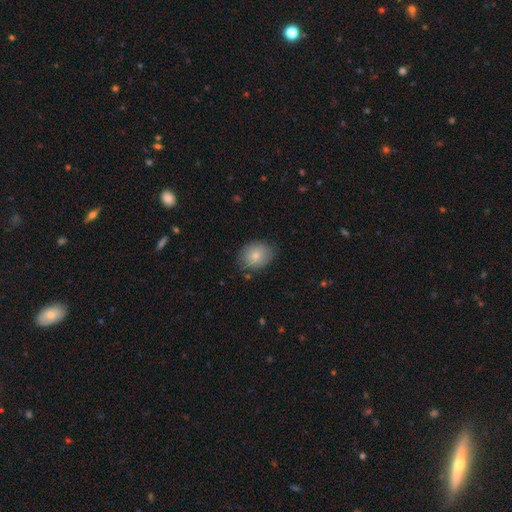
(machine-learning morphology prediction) Overall: smooth (78%). How rounded: in between (53%; round 46%). Merging: none (78%).